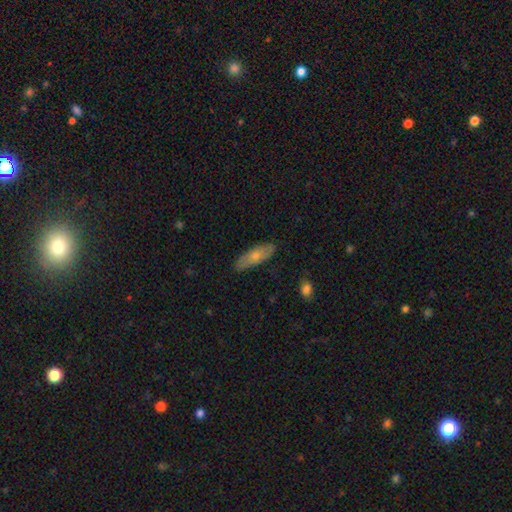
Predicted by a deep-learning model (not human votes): Smooth or featured? Predicted: smooth (p=0.59). How rounded? Predicted: cigar-shaped (p=0.50). Merging? Predicted: none (p=0.84).